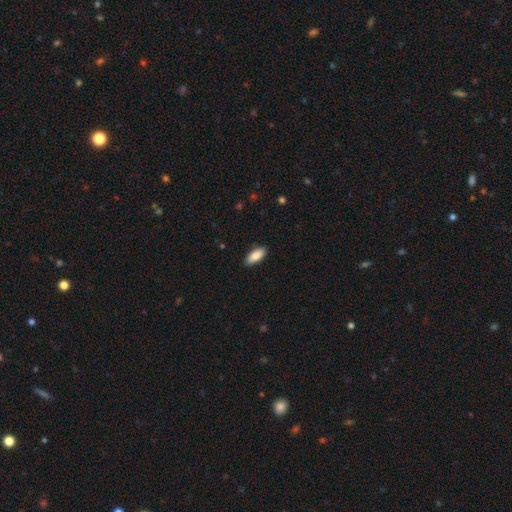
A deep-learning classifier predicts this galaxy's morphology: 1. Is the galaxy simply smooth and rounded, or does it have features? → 86% smooth, 8% featured or disk, 6% star or artifact.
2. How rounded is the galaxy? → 82% in between, 16% cigar-shaped, 2% round.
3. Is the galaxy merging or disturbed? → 89% none, 8% minor disturbance, 2% major disturbance, 1% merger.